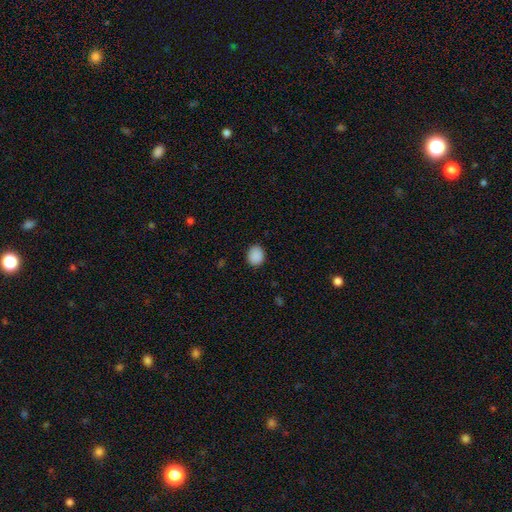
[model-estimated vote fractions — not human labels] A smooth galaxy with no disk features (89%) that is round (65%).

Vote fractions:
- Smooth or featured? smooth: 89% / star or artifact: 8% / featured or disk: 2%
- How rounded? round: 65% / in between: 34% / cigar-shaped: 1%
- Merging? none: 88% / minor disturbance: 9% / major disturbance: 2% / merger: 1%